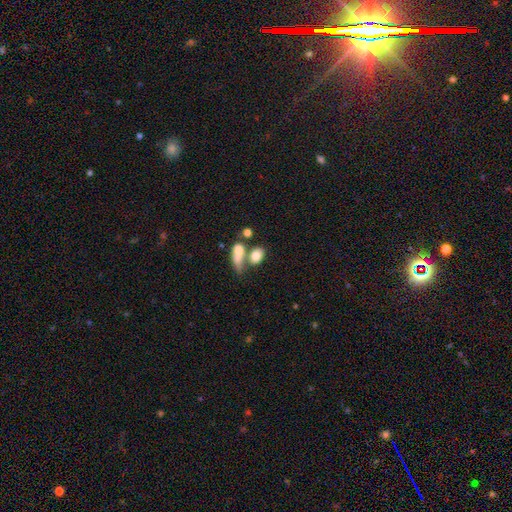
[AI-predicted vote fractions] Smooth or featured? Predicted: smooth (p=0.80). How rounded? Predicted: in between (p=0.79). Merging? Predicted: merger (p=0.46).